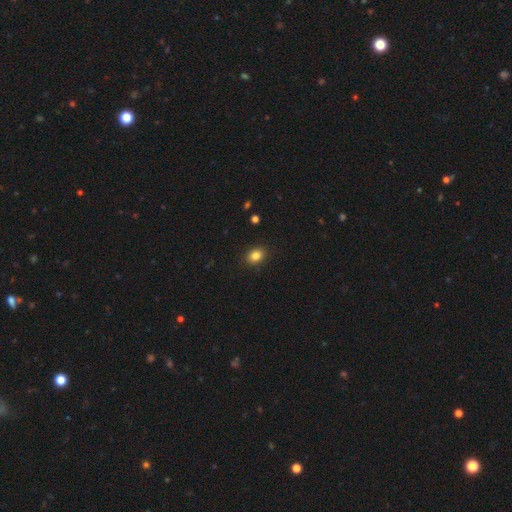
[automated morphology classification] This is clearly a smooth galaxy (84%). How rounded: possibly in between (57%). Merging: clearly none (90%).